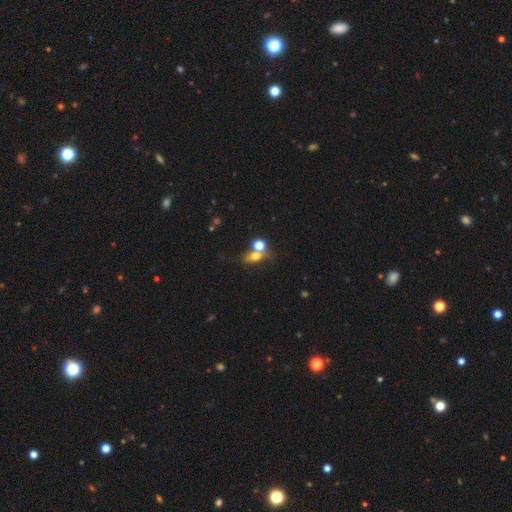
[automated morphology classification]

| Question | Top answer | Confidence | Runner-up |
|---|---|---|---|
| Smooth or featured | smooth | 67% | star or artifact (17%) |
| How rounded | in between | 57% | round (38%) |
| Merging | none | 41% | merger (40%) |